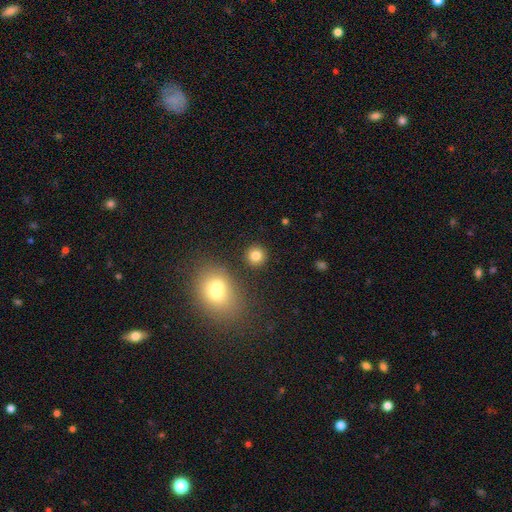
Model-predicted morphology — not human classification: Smooth or featured?
  - smooth: 81% *
  - star or artifact: 12%
  - featured or disk: 7%
How rounded?
  - round: 91% *
  - in between: 8%
  - cigar-shaped: 1%
Merging?
  - none: 86% *
  - minor disturbance: 6%
  - merger: 6%
  - major disturbance: 2%